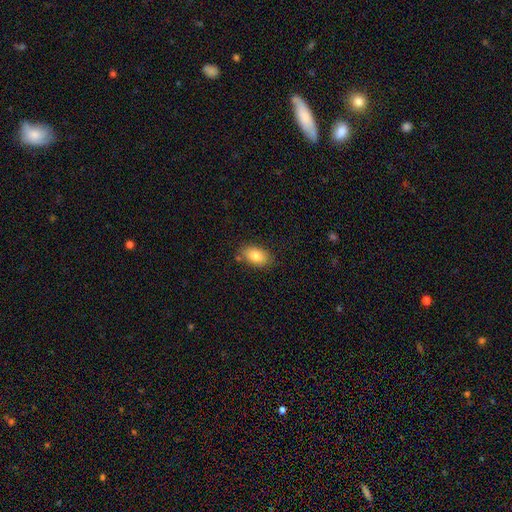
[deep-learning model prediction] Smooth or featured: smooth — 82% (featured or disk — 10%)
How rounded: in between — 90% (round — 8%)
Merging: none — 81% (minor disturbance — 13%)